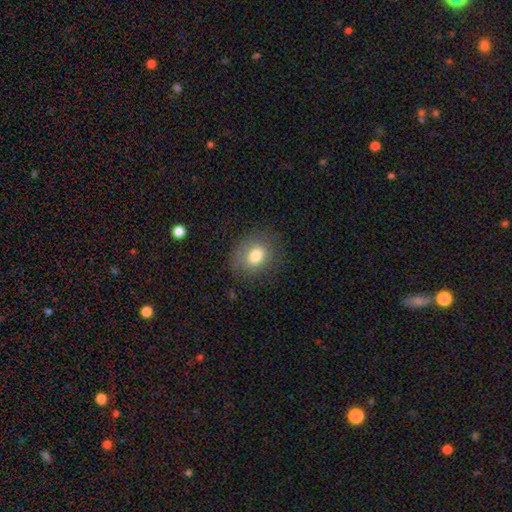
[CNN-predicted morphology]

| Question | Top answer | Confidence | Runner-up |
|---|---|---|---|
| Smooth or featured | smooth | 75% | featured or disk (15%) |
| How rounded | round | 57% | in between (42%) |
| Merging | none | 76% | minor disturbance (16%) |